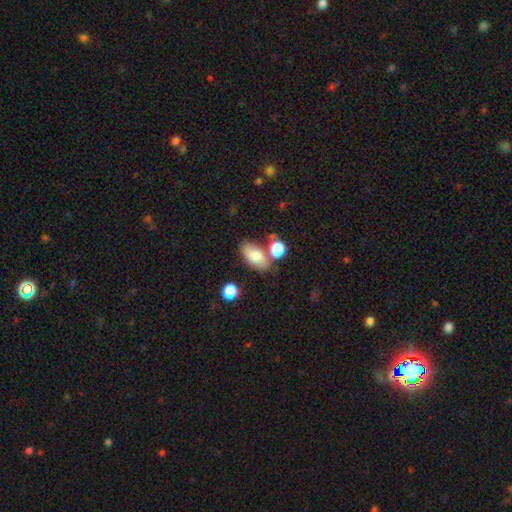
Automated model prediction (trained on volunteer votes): A smooth galaxy with no disk features (78%) that is in between round and cigar-shaped (90%).

Vote fractions:
- Smooth or featured? smooth: 78% / featured or disk: 14% / star or artifact: 8%
- How rounded? in between: 90% / round: 6% / cigar-shaped: 4%
- Merging? none: 60% / merger: 18% / minor disturbance: 17% / major disturbance: 6%